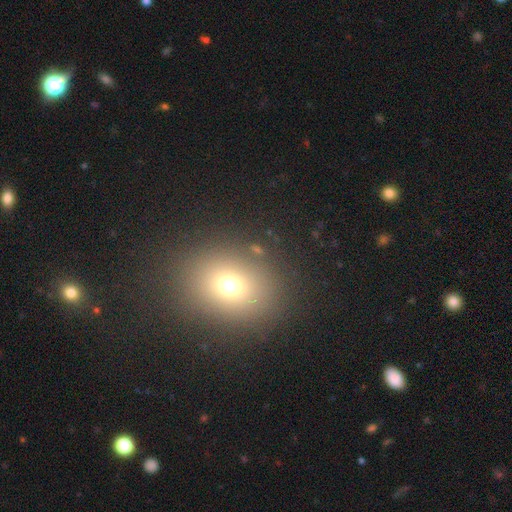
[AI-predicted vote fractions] smooth-or-featured: smooth: 68% | star or artifact: 20% | featured or disk: 11%
  how-rounded: round: 54% | in between: 45% | cigar-shaped: 1%
  merging: none: 86% | minor disturbance: 8% | major disturbance: 4% | merger: 2%